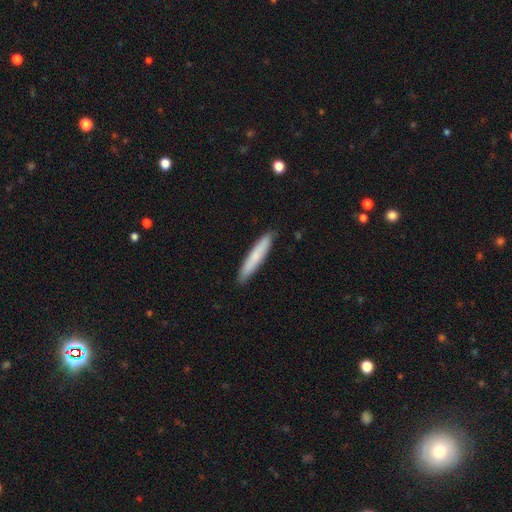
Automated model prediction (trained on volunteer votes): Smooth or featured? smooth (74%)
How rounded? cigar-shaped (93%)
Merging? none (90%)